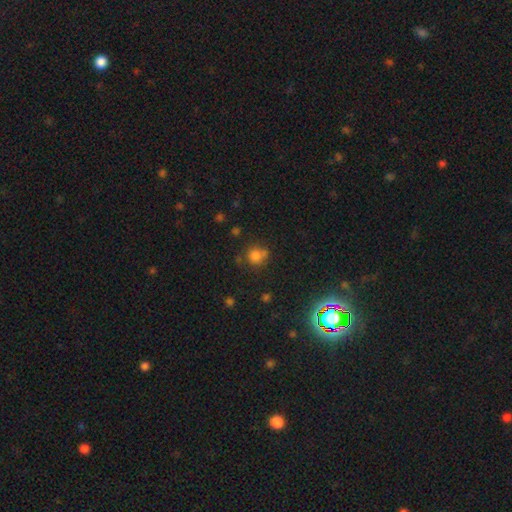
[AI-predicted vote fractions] Smooth or featured: smooth — 76% (star or artifact — 16%)
How rounded: round — 77% (in between — 22%)
Merging: none — 54% (minor disturbance — 23%)